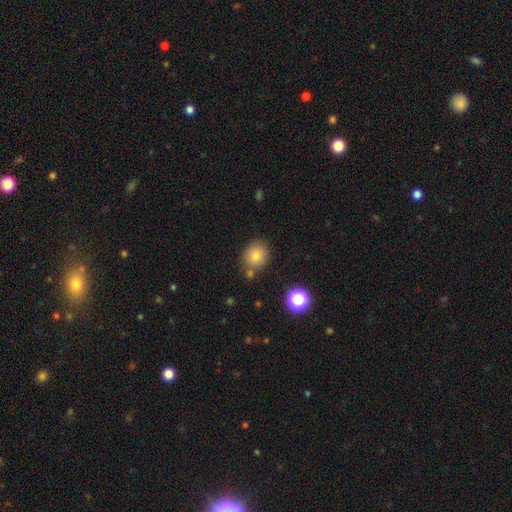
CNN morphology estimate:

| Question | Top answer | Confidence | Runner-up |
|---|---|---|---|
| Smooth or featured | smooth | 79% | star or artifact (12%) |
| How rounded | round | 69% | in between (30%) |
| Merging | none | 73% | minor disturbance (13%) |